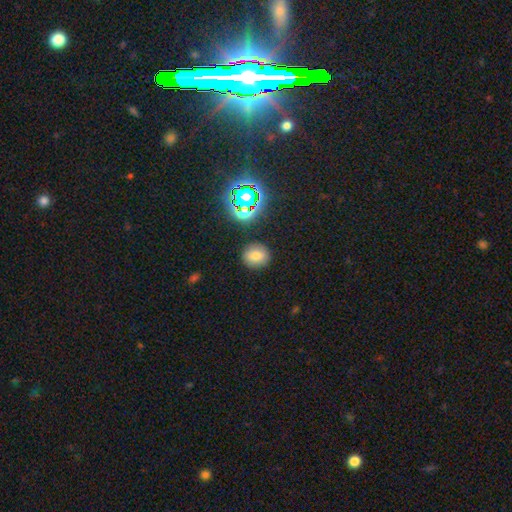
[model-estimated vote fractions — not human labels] The model was most divided on "how rounded": round: 78%, in between: 21%, cigar-shaped: 1%. More confident: merging — none (89%); smooth or featured — smooth (75%).